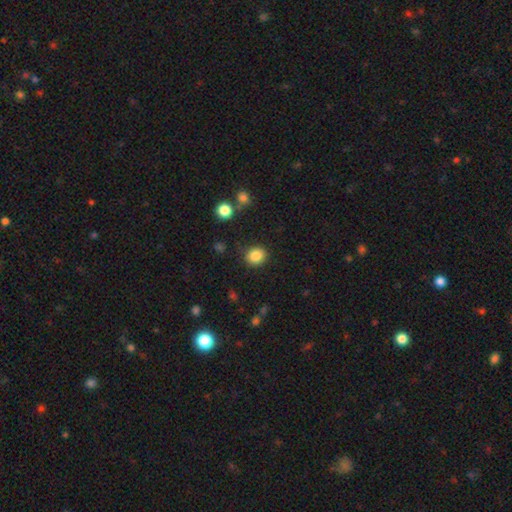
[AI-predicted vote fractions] smooth 85%, star or artifact 10%, featured or disk 5%. Down the decision tree: how rounded — round (78%); merging — none (87%).